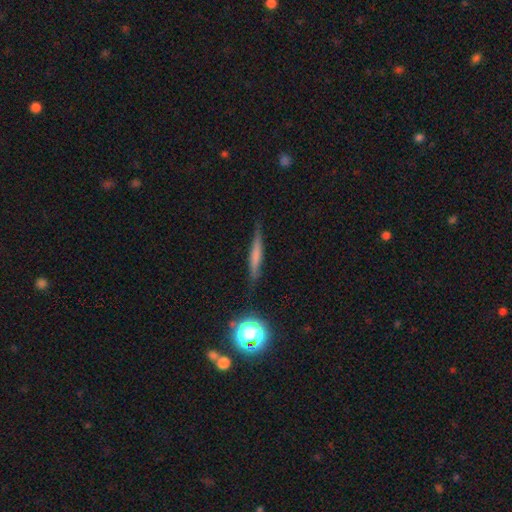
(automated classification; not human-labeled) A smooth galaxy with no disk features (51%) that is cigar-shaped (88%). Merging: none (81%).